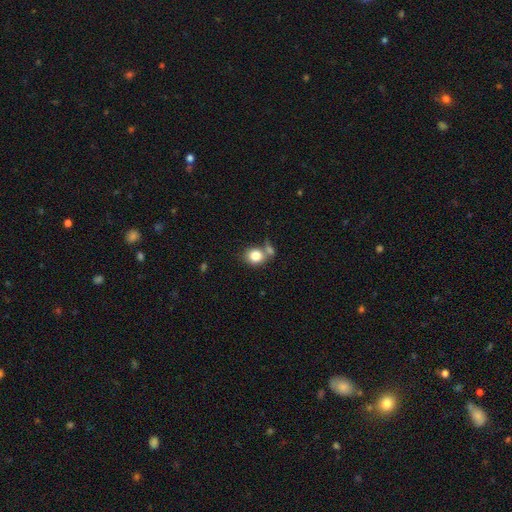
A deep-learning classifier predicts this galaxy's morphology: A smooth galaxy with no disk features (82%) that is round (69%).

Vote fractions:
- Smooth or featured? smooth: 82% / star or artifact: 9% / featured or disk: 9%
- How rounded? round: 69% / in between: 30% / cigar-shaped: 1%
- Merging? none: 49% / merger: 32% / minor disturbance: 13% / major disturbance: 6%